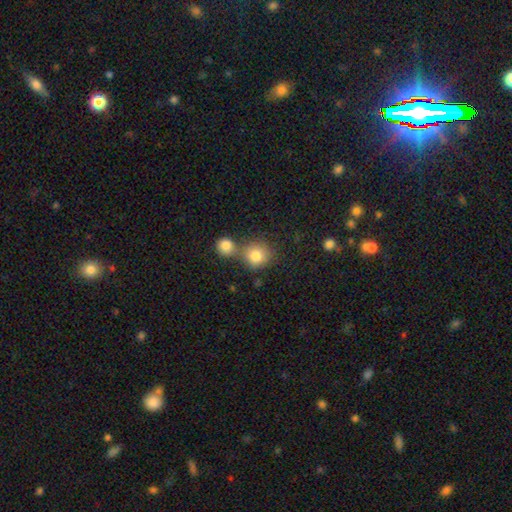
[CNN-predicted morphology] smooth_or_featured: smooth (p=0.82) [alt: star or artifact p=0.10]
how_rounded: round (p=0.88) [alt: in between p=0.11]
merging: none (p=0.51) [alt: merger p=0.37]